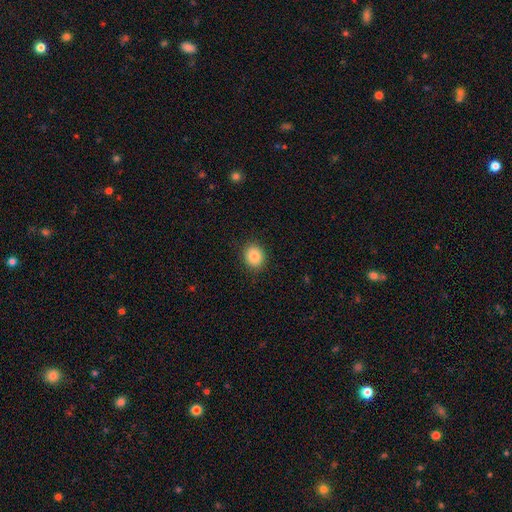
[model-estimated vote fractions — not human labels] smooth_or_featured: smooth (p=0.86) [alt: star or artifact p=0.09]
how_rounded: round (p=0.74) [alt: in between p=0.25]
merging: none (p=0.90) [alt: minor disturbance p=0.07]